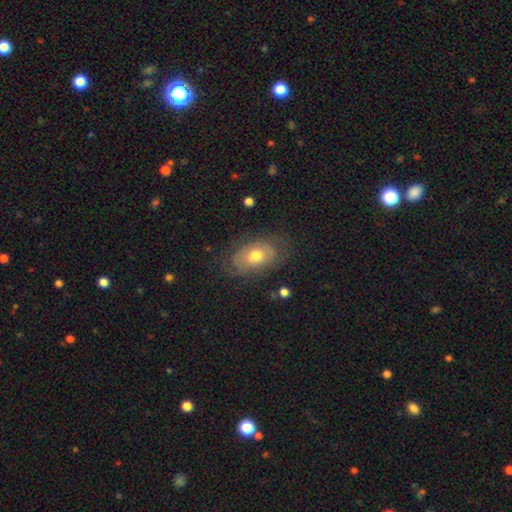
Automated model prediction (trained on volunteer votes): Smooth or featured: featured or disk — 53% (smooth — 38%)
Edge-on disk: no — 93% (yes — 7%)
Merging: none — 68% (minor disturbance — 21%)